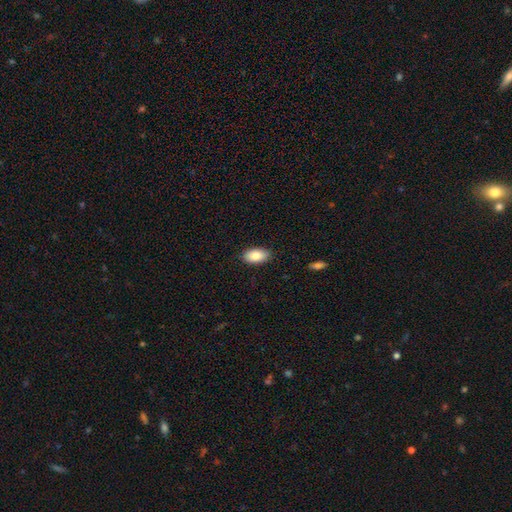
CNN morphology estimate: smooth-or-featured: smooth: 85% | featured or disk: 8% | star or artifact: 7%
  how-rounded: in between: 94% | round: 4% | cigar-shaped: 3%
  merging: none: 87% | minor disturbance: 10% | major disturbance: 2% | merger: 1%